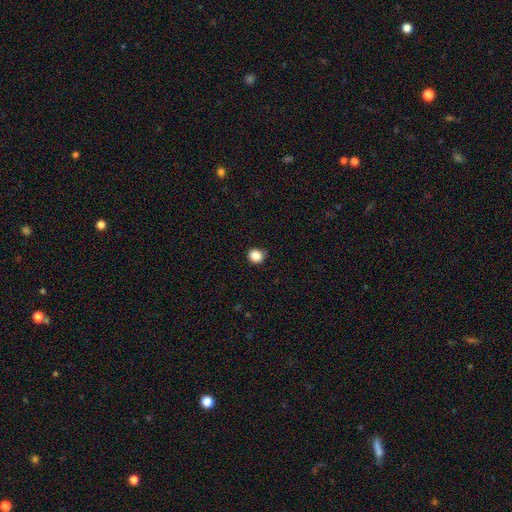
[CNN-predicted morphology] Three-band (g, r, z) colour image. It shows a smooth galaxy with no disk features (86%) that is round (88%). Merging: none (86%).